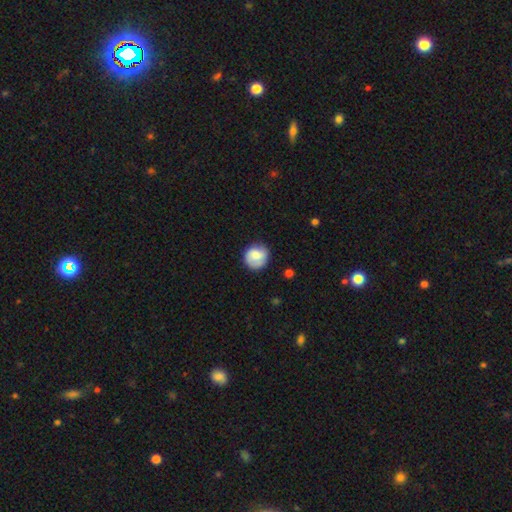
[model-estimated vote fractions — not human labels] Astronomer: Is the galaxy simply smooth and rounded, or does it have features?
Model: smooth — 71%.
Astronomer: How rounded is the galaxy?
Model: round — 86%.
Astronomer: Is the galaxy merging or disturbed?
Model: none — 73%.